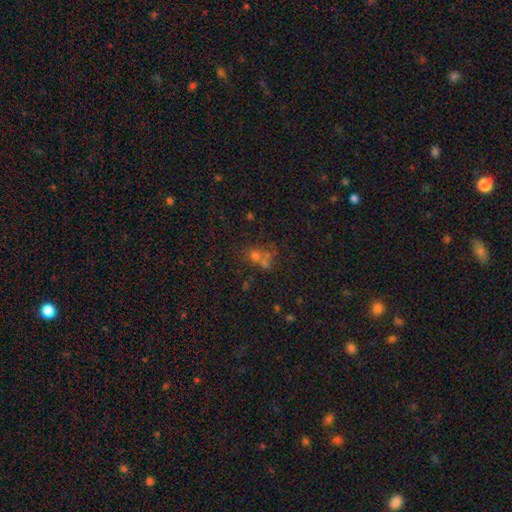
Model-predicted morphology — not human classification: Q: Smooth or featured?
A: smooth (46%); runner-up: star or artifact (40%)
Q: Merging?
A: none (46%); runner-up: merger (39%)